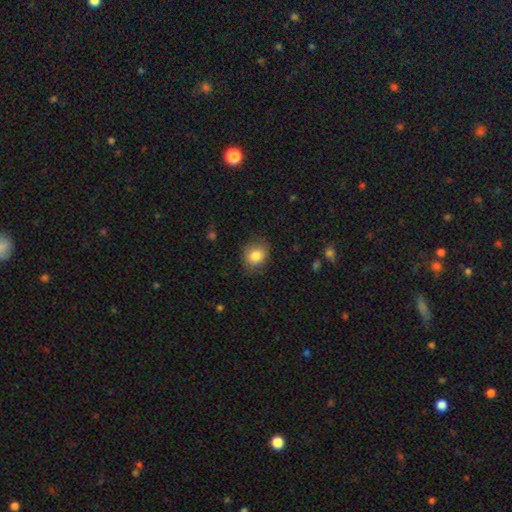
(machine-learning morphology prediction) The model was most divided on "how rounded": round: 68%, in between: 32%, cigar-shaped: 1%. More confident: smooth or featured — smooth (83%); merging — none (77%).